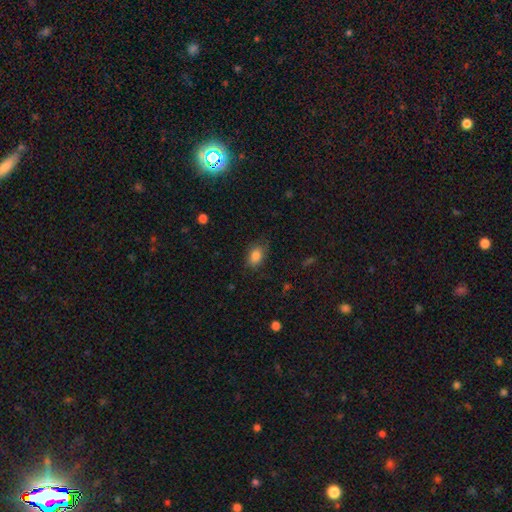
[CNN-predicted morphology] Smooth or featured? Predicted: smooth (p=0.84). How rounded? Predicted: in between (p=0.81). Merging? Predicted: none (p=0.73).